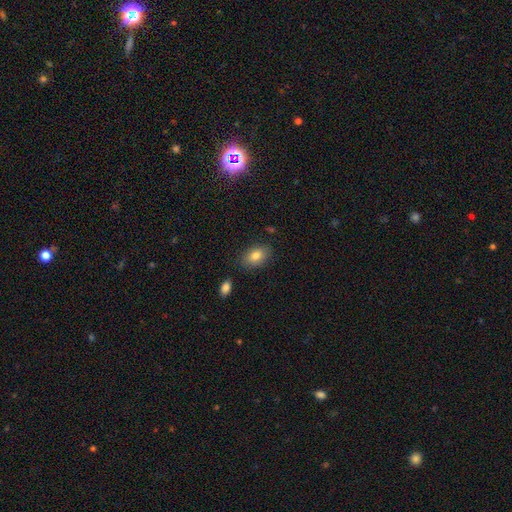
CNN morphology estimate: smooth_or_featured: smooth (p=0.82) [alt: featured or disk p=0.09]
how_rounded: in between (p=0.87) [alt: round p=0.12]
merging: none (p=0.82) [alt: minor disturbance p=0.12]